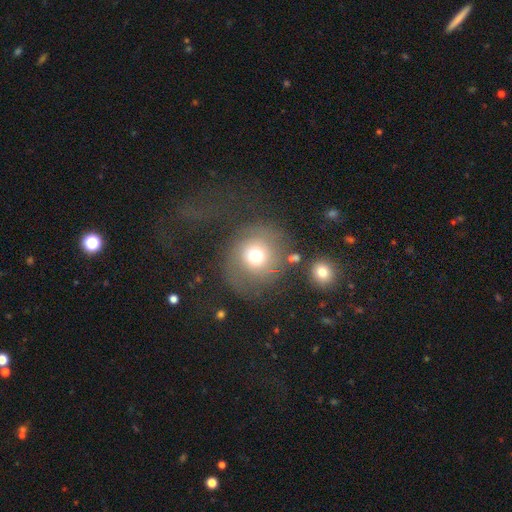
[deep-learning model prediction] The model was most divided on "smooth or featured": smooth: 60%, featured or disk: 28%, star or artifact: 12%. More confident: how rounded — round (85%); merging — none (55%).